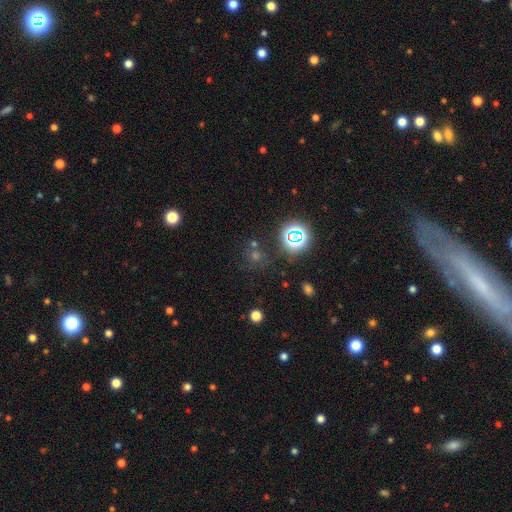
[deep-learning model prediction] Smooth or featured?
  - star or artifact: 57% *
  - smooth: 34%
  - featured or disk: 8%